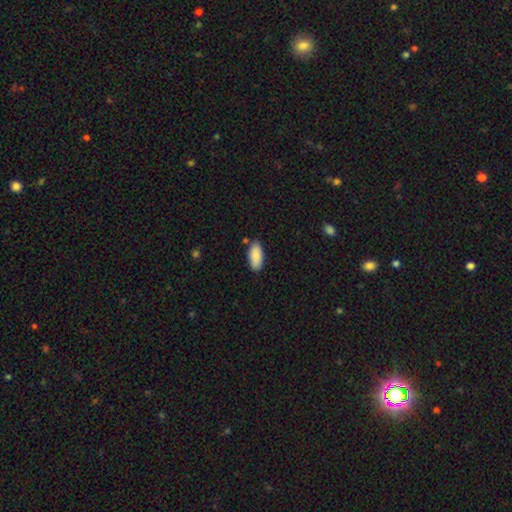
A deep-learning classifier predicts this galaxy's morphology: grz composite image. It shows a smooth galaxy with no disk features (90%) that is in between round and cigar-shaped (89%). Merging: none (83%).